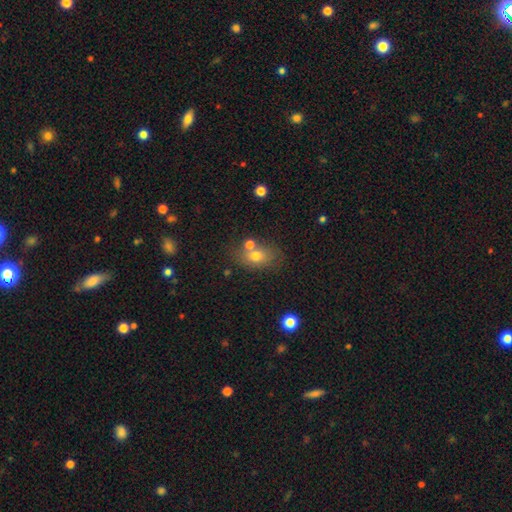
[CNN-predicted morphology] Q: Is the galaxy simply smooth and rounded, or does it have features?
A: smooth — 71%.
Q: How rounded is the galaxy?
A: in between — 71%.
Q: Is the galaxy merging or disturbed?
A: none — 59%.